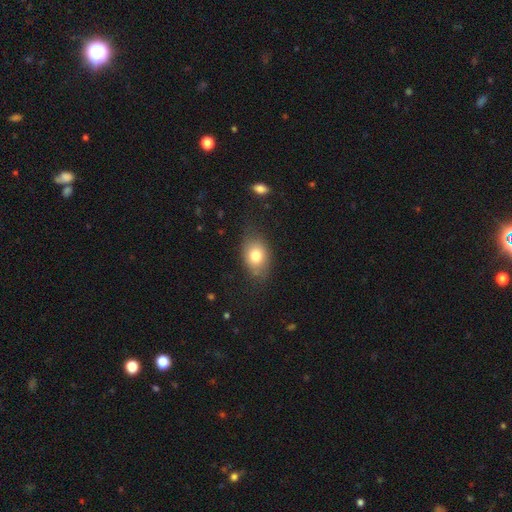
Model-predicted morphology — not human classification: Smooth or featured? Predicted: smooth (p=0.77). How rounded? Predicted: in between (p=0.77). Merging? Predicted: none (p=0.71).